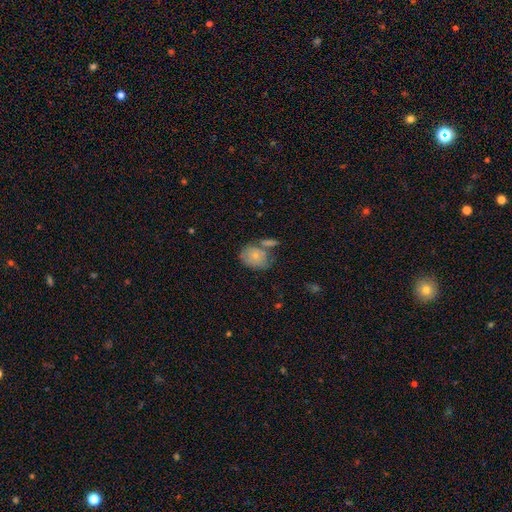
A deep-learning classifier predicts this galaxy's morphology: Smooth or featured? Predicted: smooth (p=0.69). How rounded? Predicted: in between (p=0.61). Merging? Predicted: none (p=0.46).